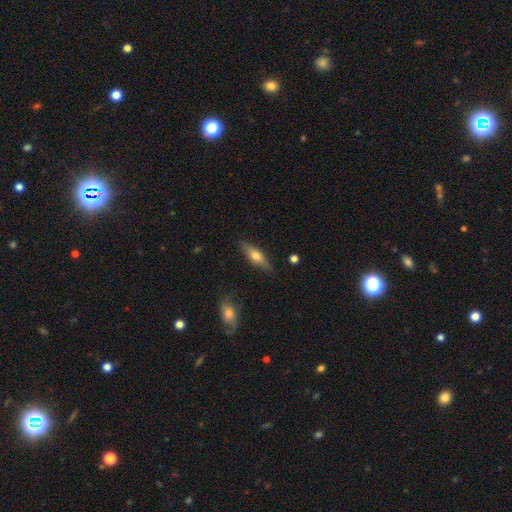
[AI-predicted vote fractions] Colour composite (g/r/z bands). It shows a featured or disk galaxy (47%, tied with smooth). Merging: none (85%).